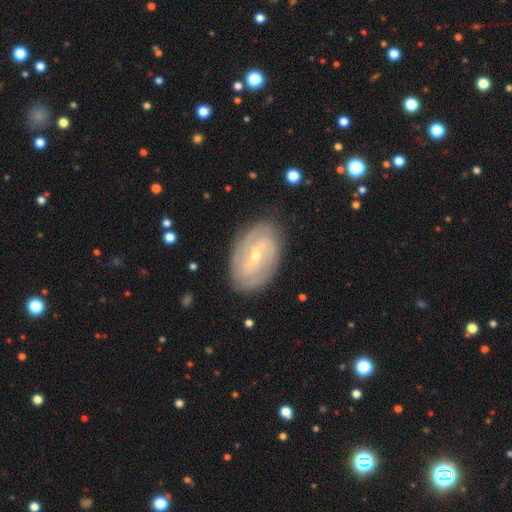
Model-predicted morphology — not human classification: Smooth or featured? Predicted: featured or disk (p=0.82). Edge-on disk? Predicted: no (p=0.95). Bar? Predicted: weak (p=0.46). Spiral arms? Predicted: yes (p=0.91). Spiral winding? Predicted: tight (p=0.60). Spiral arm count? Predicted: 2 (p=0.43). Bulge size? Predicted: small (p=0.70). Merging? Predicted: none (p=0.82).